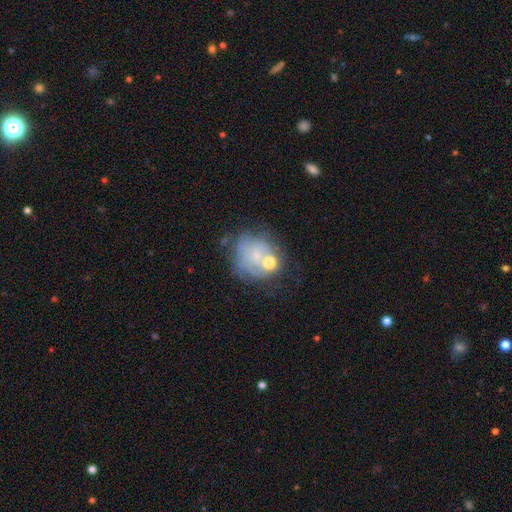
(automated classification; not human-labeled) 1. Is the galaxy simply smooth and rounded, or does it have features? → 44% featured or disk, 40% smooth, 16% star or artifact.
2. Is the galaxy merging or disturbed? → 50% none, 21% minor disturbance, 17% major disturbance, 13% merger.